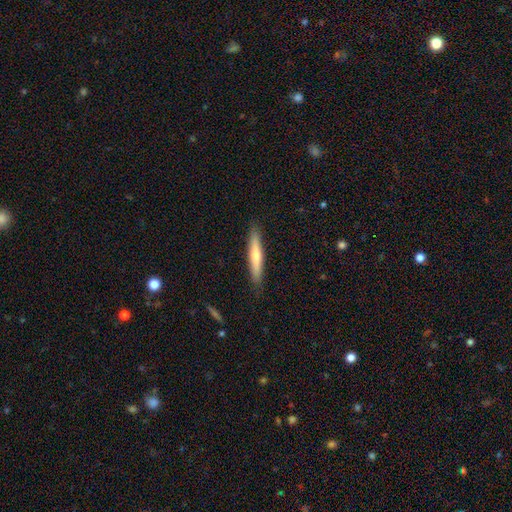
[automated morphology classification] Overall: smooth (54%; featured or disk 40%). How rounded: cigar-shaped (92%). Merging: none (89%).